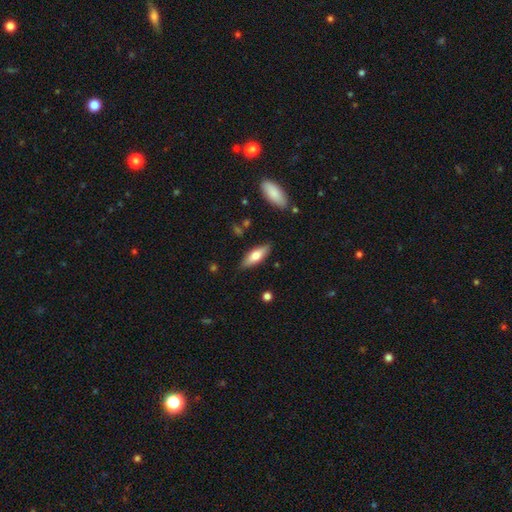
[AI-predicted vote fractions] This appears to be a smooth galaxy with no disk features (62%) that is in between round and cigar-shaped (56%). Merging: none (84%).